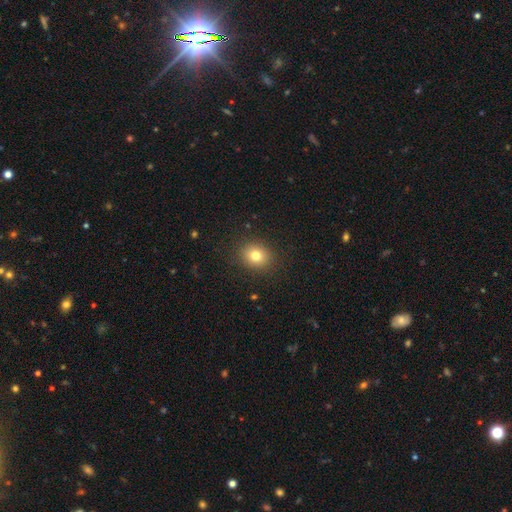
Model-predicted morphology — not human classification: smooth_or_featured: smooth (p=0.79) [alt: star or artifact p=0.12]
how_rounded: round (p=0.66) [alt: in between p=0.33]
merging: none (p=0.89) [alt: minor disturbance p=0.08]